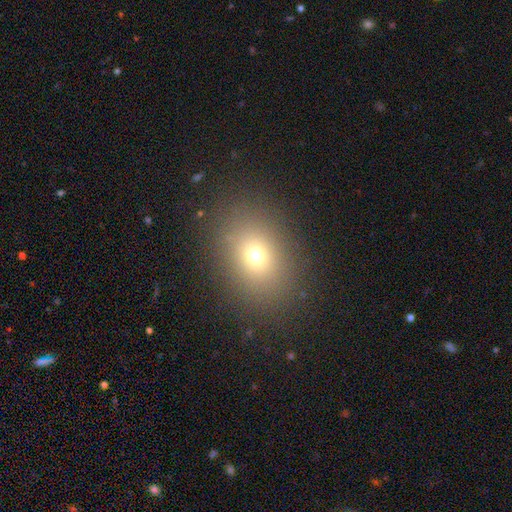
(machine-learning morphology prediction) Smooth or featured: smooth — 69% (star or artifact — 18%)
How rounded: in between — 59% (round — 40%)
Merging: none — 85% (minor disturbance — 9%)